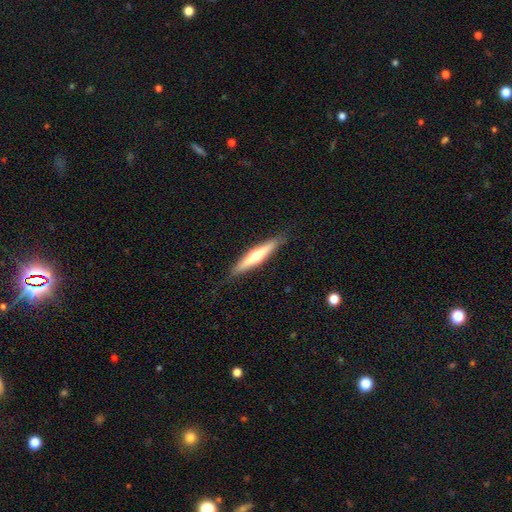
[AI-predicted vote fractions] Smooth or featured: featured or disk — 56% (smooth — 38%)
Edge-on disk: yes — 95% (no — 5%)
Edge-on bulge: rounded — 89% (none — 8%)
Merging: none — 86% (minor disturbance — 11%)